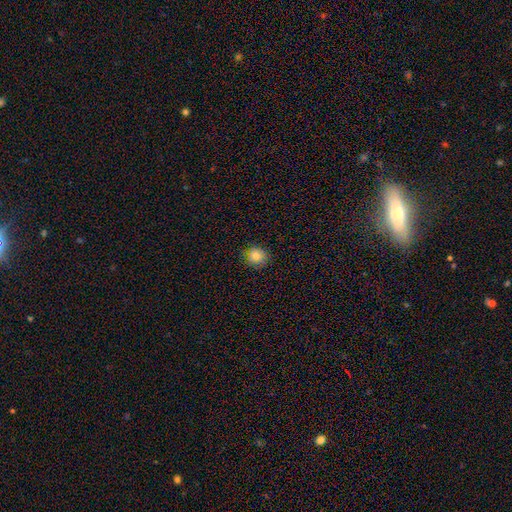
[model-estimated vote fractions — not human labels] Morphology: type=smooth (83%); roundness=round (89%); merging=none (86%).